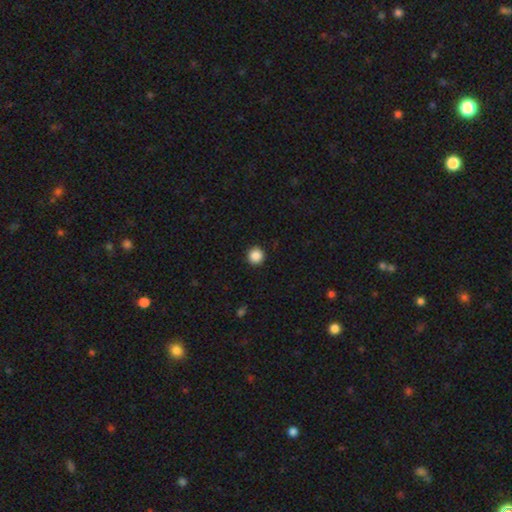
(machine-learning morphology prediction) Q: Smooth or featured?
A: smooth (88%); runner-up: star or artifact (10%)
Q: How rounded?
A: round (96%); runner-up: in between (3%)
Q: Merging?
A: none (93%); runner-up: minor disturbance (5%)